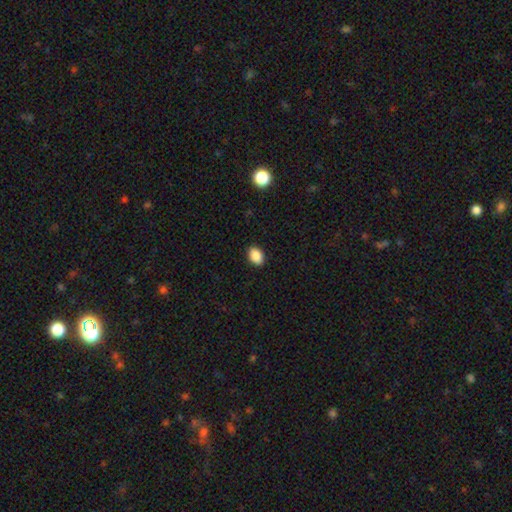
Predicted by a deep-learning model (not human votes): Q: Smooth or featured?
A: smooth (88%); runner-up: star or artifact (8%)
Q: How rounded?
A: in between (80%); runner-up: round (19%)
Q: Merging?
A: none (90%); runner-up: minor disturbance (7%)